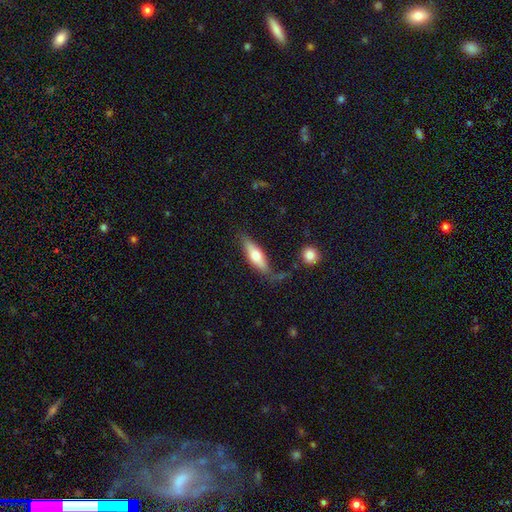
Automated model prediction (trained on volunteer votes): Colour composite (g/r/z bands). It shows a smooth galaxy with no disk features (58%) that is cigar-shaped (49%). Merging: none (64%).